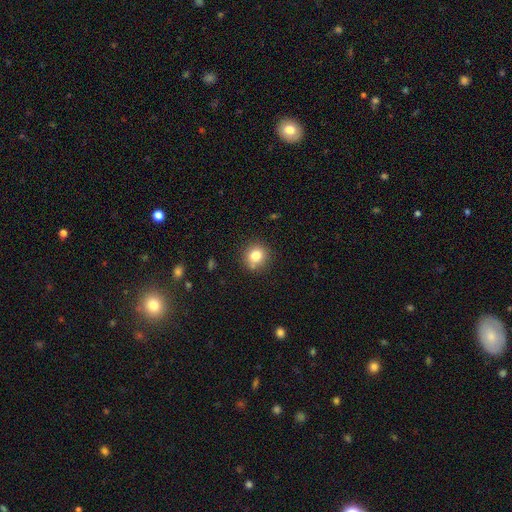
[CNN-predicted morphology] This appears to be a smooth galaxy with no disk features (80%) that is round (89%). Merging: none (82%).